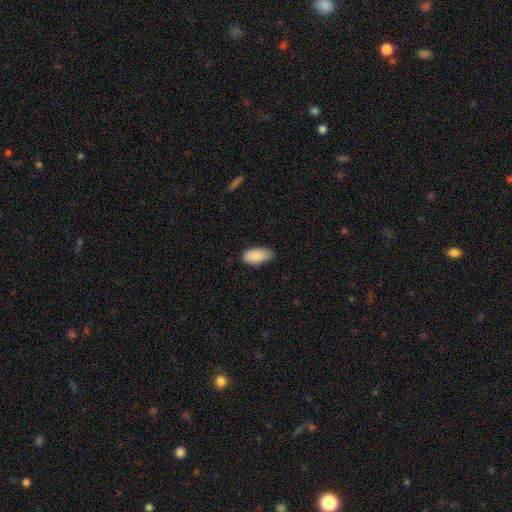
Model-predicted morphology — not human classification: Overall: smooth (88%). How rounded: in between (94%). Merging: none (71%).